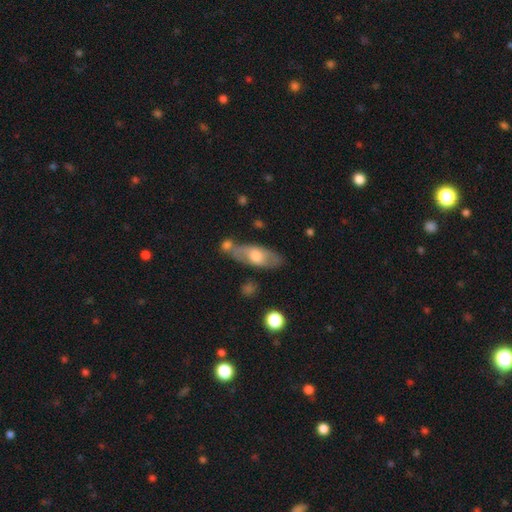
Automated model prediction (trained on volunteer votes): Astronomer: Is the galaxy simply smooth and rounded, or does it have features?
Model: featured or disk — 48% (runner-up: smooth, 45%).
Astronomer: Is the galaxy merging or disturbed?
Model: none — 64%.